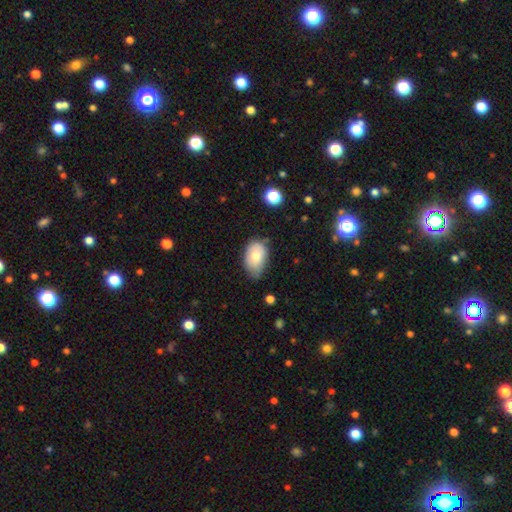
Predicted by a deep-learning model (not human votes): A smooth galaxy with no disk features (80%) that is in between round and cigar-shaped (89%). Merging: none (53%).